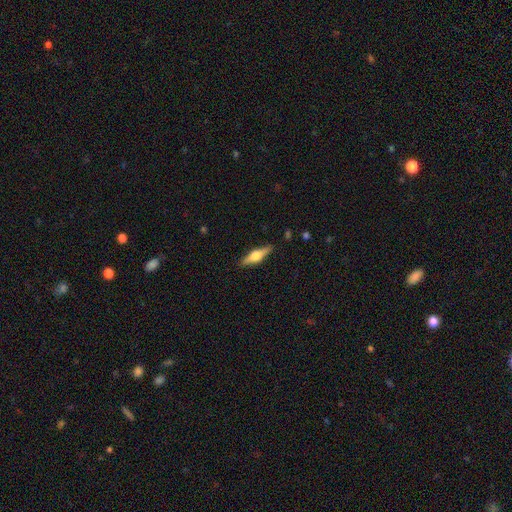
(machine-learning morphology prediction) smooth-or-featured: featured or disk: 65% | smooth: 29% | star or artifact: 6%
  disk-edge-on: yes: 97% | no: 3%
    edge-on-bulge: rounded: 91% | boxy: 7% | none: 2%
  merging: none: 88% | minor disturbance: 9% | major disturbance: 2% | merger: 1%